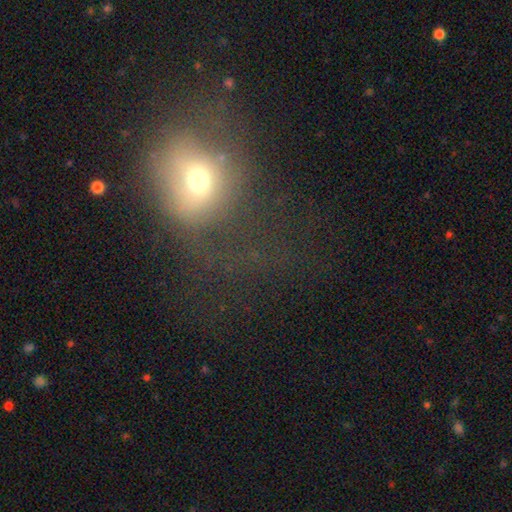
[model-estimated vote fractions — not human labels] smooth_or_featured: smooth (p=0.56) [alt: featured or disk p=0.22]
how_rounded: round (p=0.72) [alt: in between p=0.27]
merging: major disturbance (p=0.40) [alt: none p=0.36]